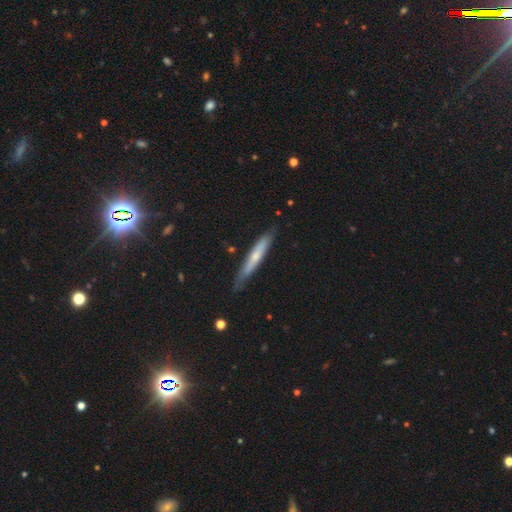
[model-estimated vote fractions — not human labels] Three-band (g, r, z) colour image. It shows a smooth galaxy with no disk features (51%) that is cigar-shaped (93%). Merging: none (76%).